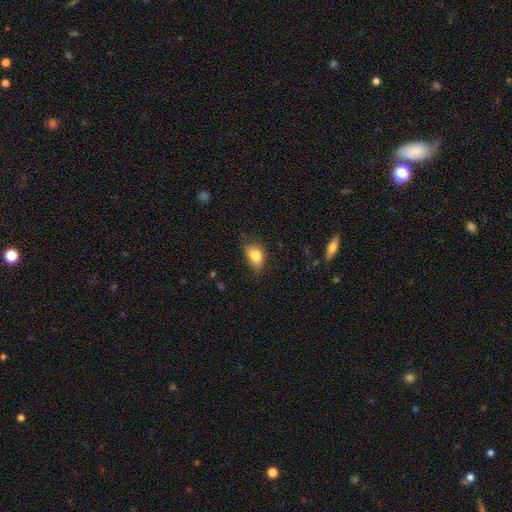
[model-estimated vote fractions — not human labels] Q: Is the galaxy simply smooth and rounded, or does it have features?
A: smooth — 79%.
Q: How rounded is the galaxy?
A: in between — 80%.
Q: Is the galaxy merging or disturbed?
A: none — 50%.